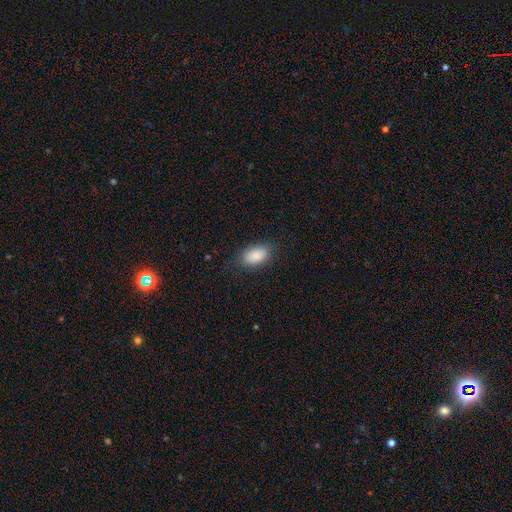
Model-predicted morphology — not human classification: A smooth galaxy with no disk features (87%) that is in between round and cigar-shaped (93%). Merging: none (81%).